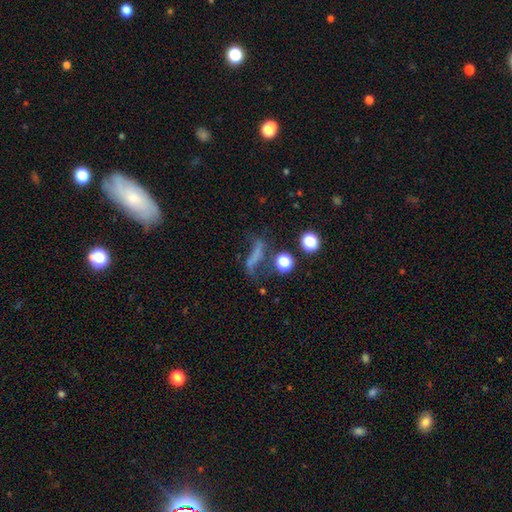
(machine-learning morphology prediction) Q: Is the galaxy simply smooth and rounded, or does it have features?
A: smooth — 41%.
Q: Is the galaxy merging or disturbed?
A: none — 43%.